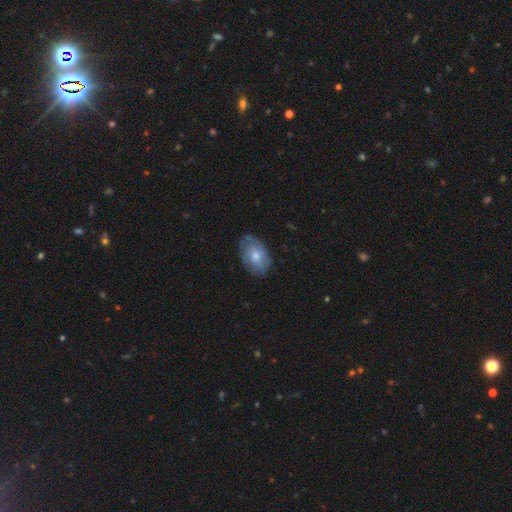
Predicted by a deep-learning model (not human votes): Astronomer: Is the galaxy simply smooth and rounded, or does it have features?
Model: smooth — 48% (runner-up: featured or disk, 44%).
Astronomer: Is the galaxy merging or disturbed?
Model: none — 72%.